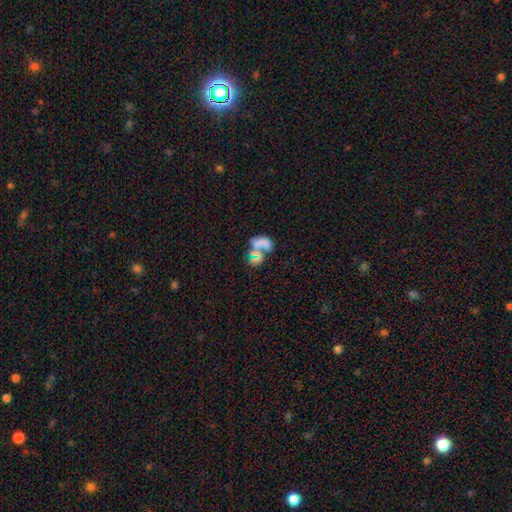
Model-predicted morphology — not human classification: Overall: smooth (44%; featured or disk 39%). Merging: merger (60%).